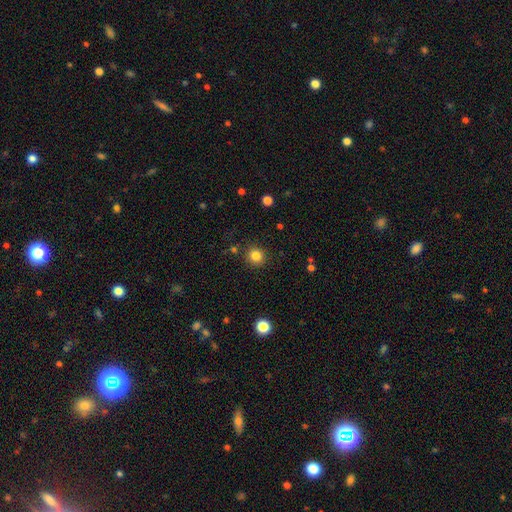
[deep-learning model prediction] smooth 83%, star or artifact 12%, featured or disk 5%. Down the decision tree: how rounded — round (91%); merging — none (89%).